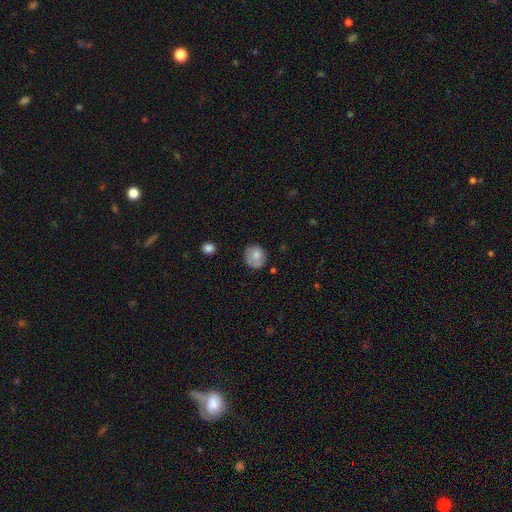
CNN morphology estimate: smooth 75%, featured or disk 16%, star or artifact 8%. Down the decision tree: how rounded — round (79%); merging — none (66%).